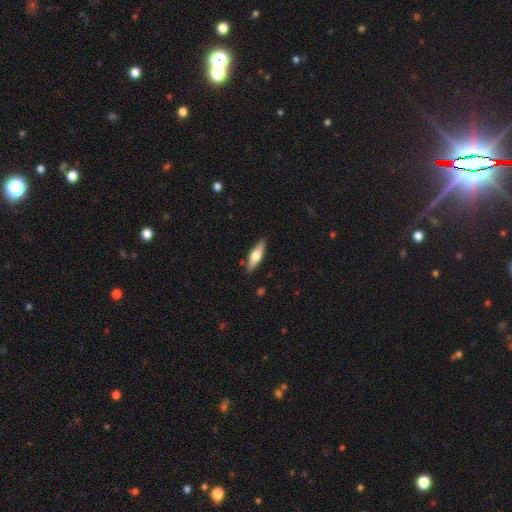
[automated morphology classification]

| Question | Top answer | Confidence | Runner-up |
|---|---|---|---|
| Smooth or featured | smooth | 50% | featured or disk (45%) |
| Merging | none | 86% | minor disturbance (10%) |